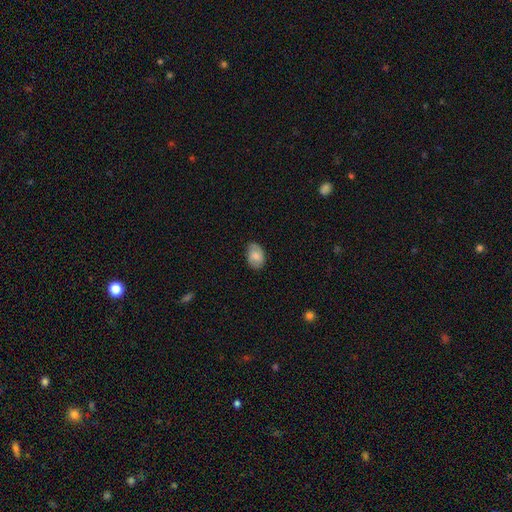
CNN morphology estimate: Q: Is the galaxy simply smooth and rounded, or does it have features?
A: smooth — 66%.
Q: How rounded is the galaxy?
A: in between — 83%.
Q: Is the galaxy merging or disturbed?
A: none — 76%.